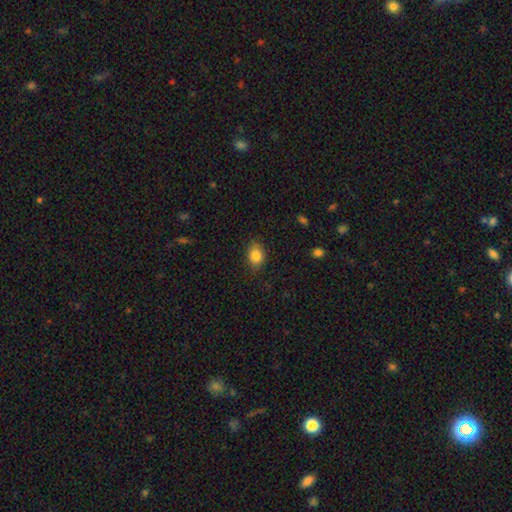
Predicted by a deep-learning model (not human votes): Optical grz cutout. It shows a smooth galaxy with no disk features (84%) that is in between round and cigar-shaped (65%). Merging: none (79%).